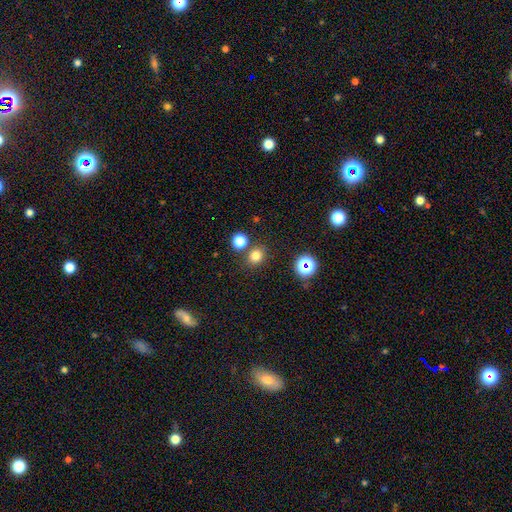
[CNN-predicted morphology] Smooth or featured: smooth — 76% (star or artifact — 18%)
How rounded: round — 79% (in between — 20%)
Merging: none — 78% (merger — 11%)